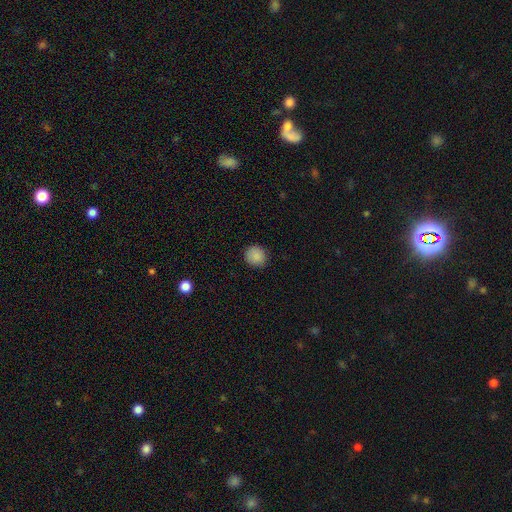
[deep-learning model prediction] Smooth or featured? smooth (87%)
How rounded? round (90%)
Merging? none (88%)